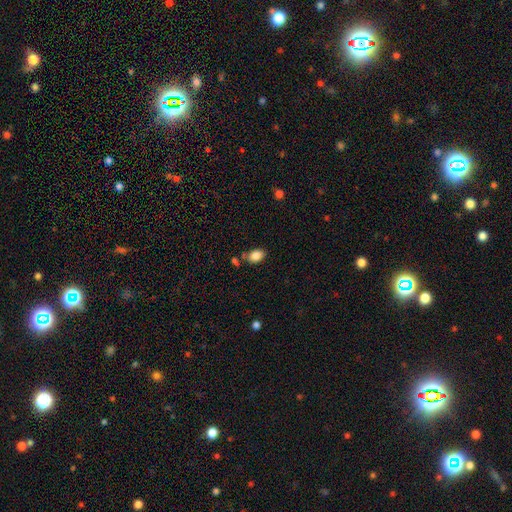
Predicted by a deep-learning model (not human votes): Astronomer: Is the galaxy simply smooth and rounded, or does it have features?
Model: smooth — 85%.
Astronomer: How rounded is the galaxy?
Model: in between — 86%.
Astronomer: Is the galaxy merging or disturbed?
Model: none — 72%.